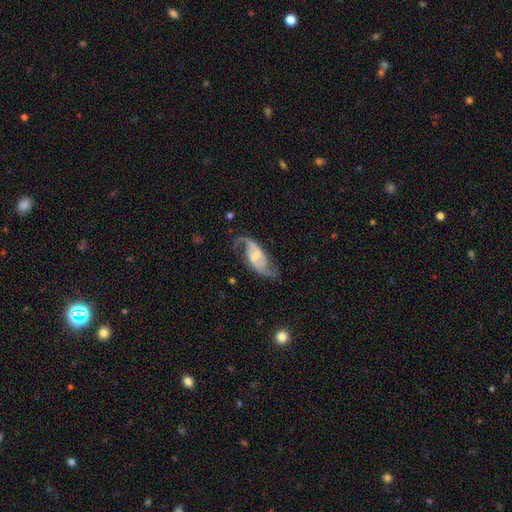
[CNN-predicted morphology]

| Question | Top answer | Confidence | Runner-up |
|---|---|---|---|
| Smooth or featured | featured or disk | 87% | smooth (7%) |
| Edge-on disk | no | 96% | yes (4%) |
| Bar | weak | 52% | strong (25%) |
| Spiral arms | yes | 96% | no (4%) |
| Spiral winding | loose | 55% | medium (37%) |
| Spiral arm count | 2 | 91% | 1 (3%) |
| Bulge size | small | 37% | moderate (30%) |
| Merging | none | 70% | minor disturbance (17%) |